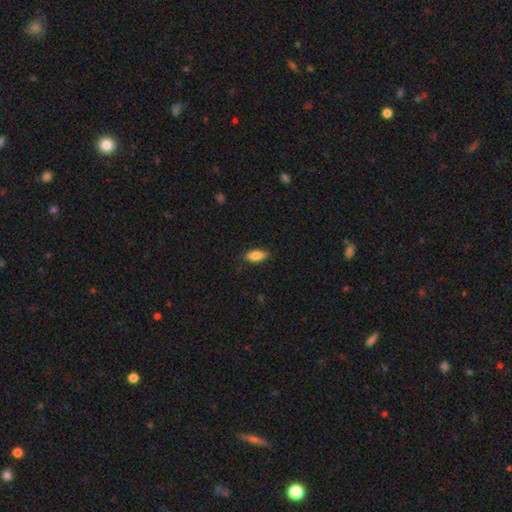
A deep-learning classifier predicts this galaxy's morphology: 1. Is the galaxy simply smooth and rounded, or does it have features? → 86% smooth, 7% featured or disk, 7% star or artifact.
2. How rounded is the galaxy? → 82% in between, 16% cigar-shaped, 2% round.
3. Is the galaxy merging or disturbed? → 83% none, 13% minor disturbance, 3% major disturbance, 1% merger.